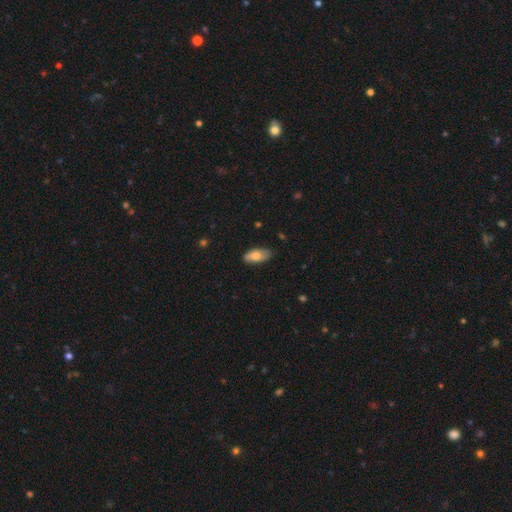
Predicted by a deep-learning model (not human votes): The model was most divided on "smooth or featured": smooth: 72%, featured or disk: 22%, star or artifact: 6%. More confident: how rounded — in between (89%); merging — none (80%).